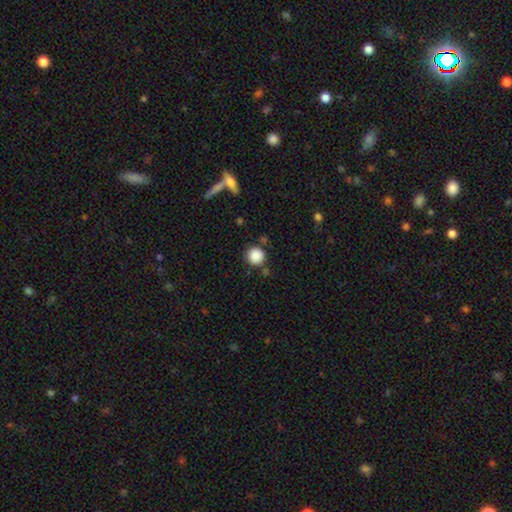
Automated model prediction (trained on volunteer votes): smooth_or_featured: smooth (p=0.87) [alt: star or artifact p=0.10]
how_rounded: round (p=0.94) [alt: in between p=0.05]
merging: none (p=0.83) [alt: minor disturbance p=0.09]